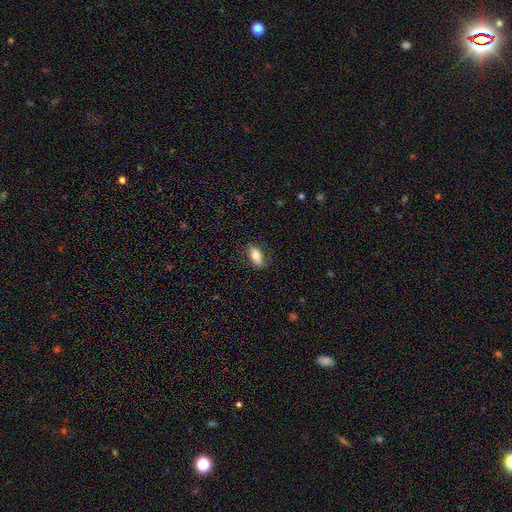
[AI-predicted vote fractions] Smooth or featured?
  - smooth: 68% *
  - featured or disk: 26%
  - star or artifact: 7%
How rounded?
  - in between: 82% *
  - cigar-shaped: 14%
  - round: 4%
Merging?
  - none: 76% *
  - minor disturbance: 17%
  - major disturbance: 5%
  - merger: 1%